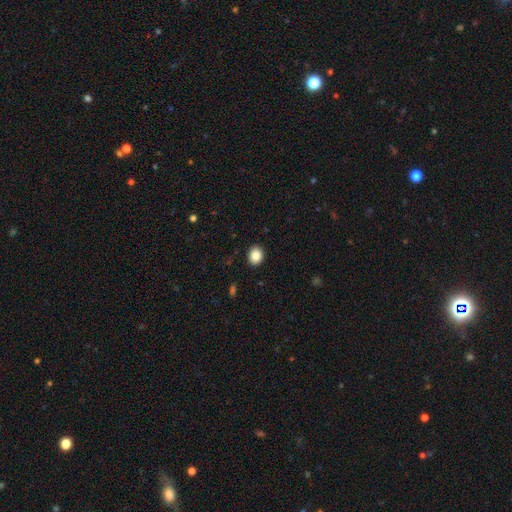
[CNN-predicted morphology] The model was most divided on "how rounded": round: 51%, in between: 48%, cigar-shaped: 1%. More confident: merging — none (91%); smooth or featured — smooth (87%).